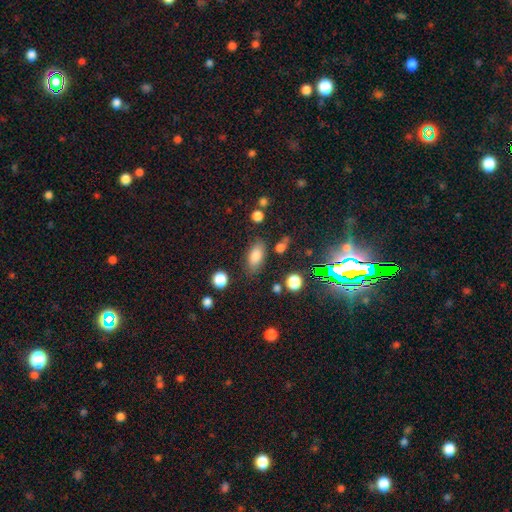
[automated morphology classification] Overall: smooth (80%). How rounded: in between (87%). Merging: none (77%).